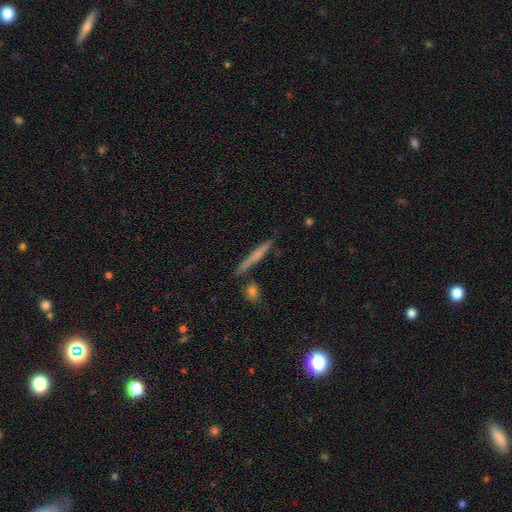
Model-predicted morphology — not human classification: smooth_or_featured: smooth (p=0.58) [alt: featured or disk p=0.36]
how_rounded: cigar-shaped (p=0.95) [alt: in between p=0.03]
merging: none (p=0.84) [alt: minor disturbance p=0.10]